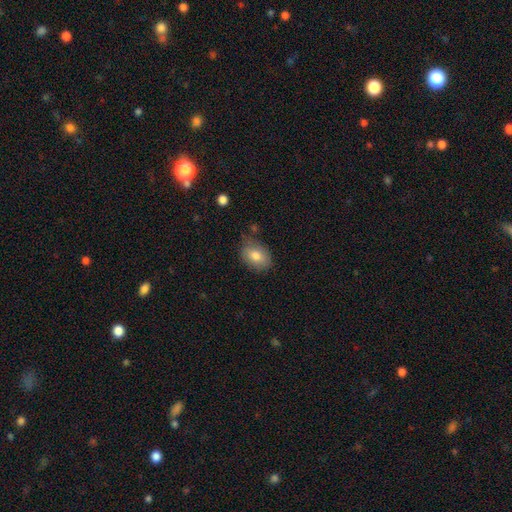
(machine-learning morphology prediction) smooth-or-featured: smooth: 79% | featured or disk: 13% | star or artifact: 8%
  how-rounded: in between: 76% | round: 23% | cigar-shaped: 1%
  merging: none: 75% | minor disturbance: 19% | major disturbance: 4% | merger: 2%